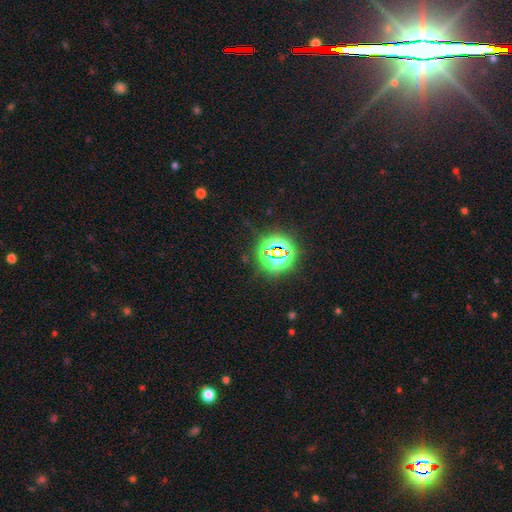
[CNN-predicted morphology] Overall: star or artifact (83%).